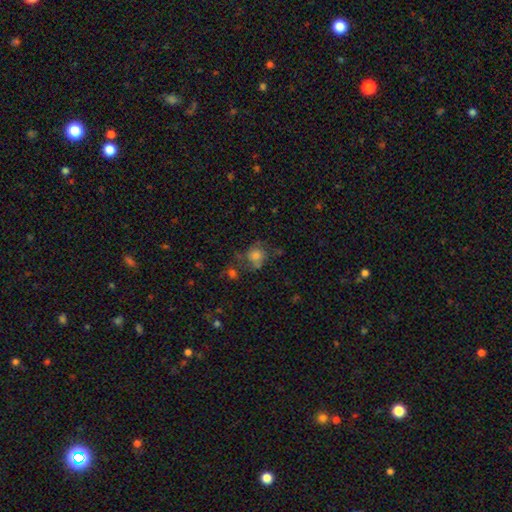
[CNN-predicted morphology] smooth_or_featured: smooth (p=0.68) [alt: featured or disk p=0.17]
how_rounded: round (p=0.77) [alt: in between p=0.22]
merging: none (p=0.51) [alt: minor disturbance p=0.20]